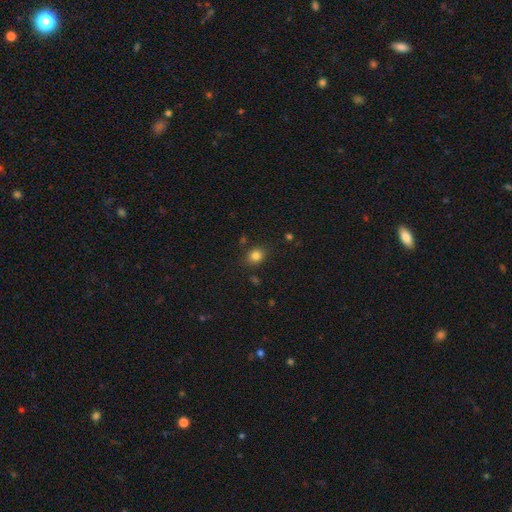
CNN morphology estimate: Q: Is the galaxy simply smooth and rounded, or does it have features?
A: smooth — 82%.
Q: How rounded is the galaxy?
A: round — 62%.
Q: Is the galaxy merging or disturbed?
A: none — 84%.